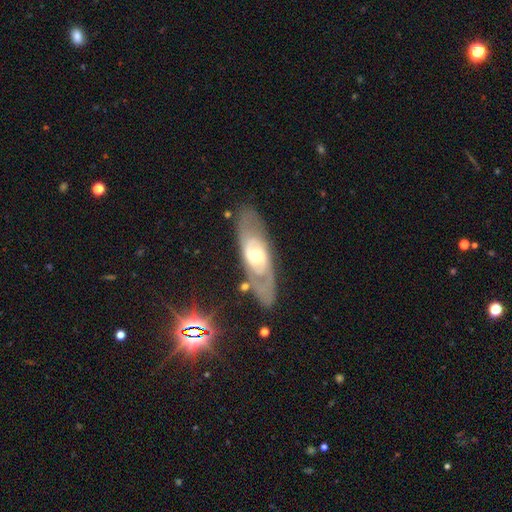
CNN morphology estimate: Smooth or featured? featured or disk (77%)
Edge-on disk? no (84%)
Bar? no (65%)
Spiral arms? yes (72%)
Bulge size? moderate (57%)
Merging? none (74%)